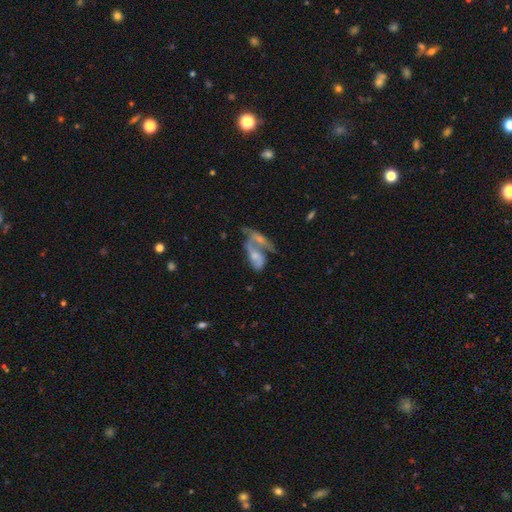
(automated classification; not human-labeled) featured or disk 58%, smooth 34%, star or artifact 9%. Down the decision tree: edge-on disk — no (93%); bar — no (70%); spiral arms — yes (62%); bulge size — small (41%); merging — merger (60%).